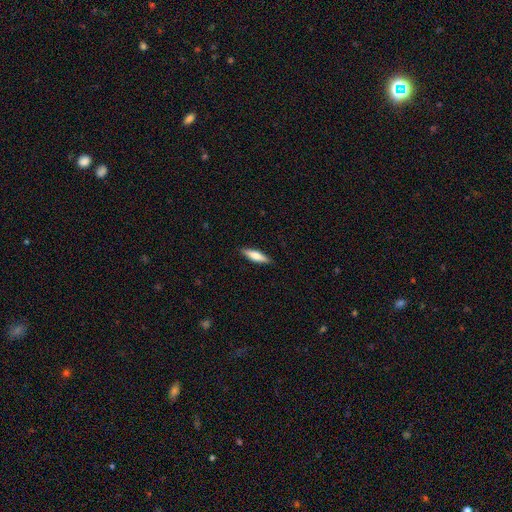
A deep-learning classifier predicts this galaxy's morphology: Smooth or featured? smooth (66%)
How rounded? cigar-shaped (67%)
Merging? none (89%)